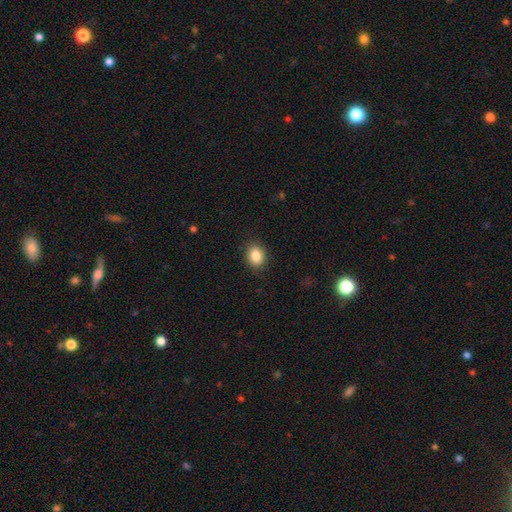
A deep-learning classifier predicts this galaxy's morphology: Smooth or featured: smooth — 86% (star or artifact — 9%)
How rounded: in between — 52% (round — 47%)
Merging: none — 88% (minor disturbance — 9%)